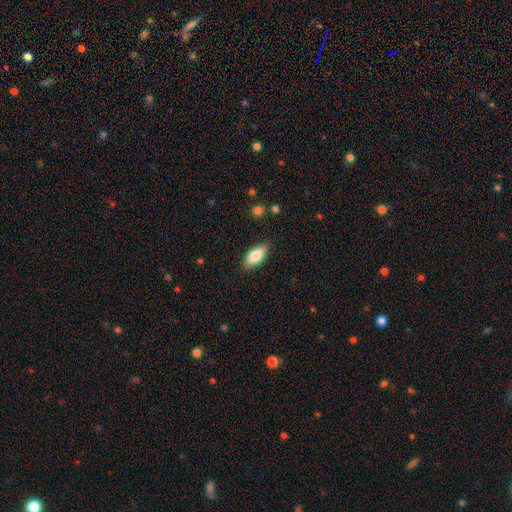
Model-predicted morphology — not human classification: smooth_or_featured: smooth (p=0.77) [alt: featured or disk p=0.16]
how_rounded: in between (p=0.81) [alt: cigar-shaped p=0.16]
merging: none (p=0.84) [alt: minor disturbance p=0.12]